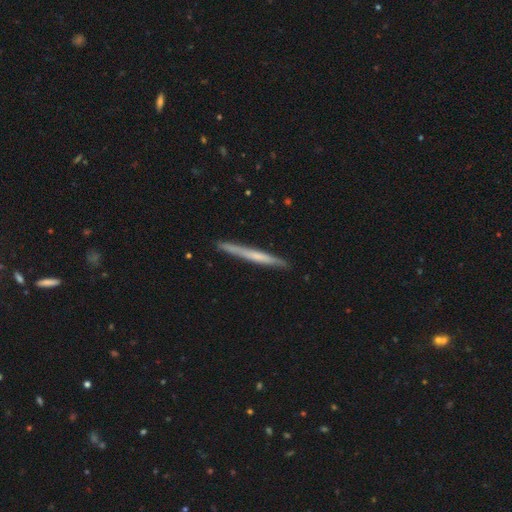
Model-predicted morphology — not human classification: type=featured or disk (49%); merging=none (89%).